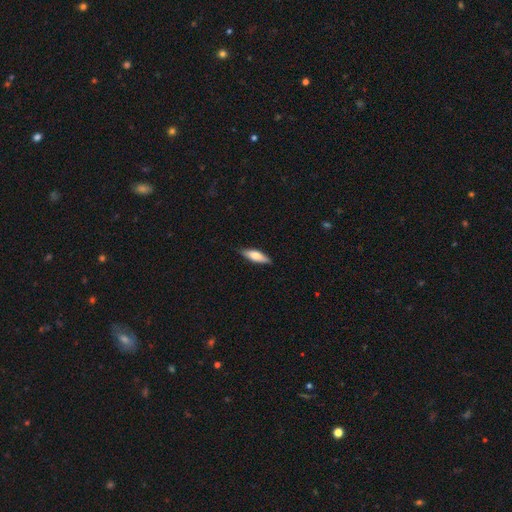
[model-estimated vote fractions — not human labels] Overall: smooth (65%; featured or disk 29%). How rounded: cigar-shaped (50%; in between 48%). Merging: none (86%).